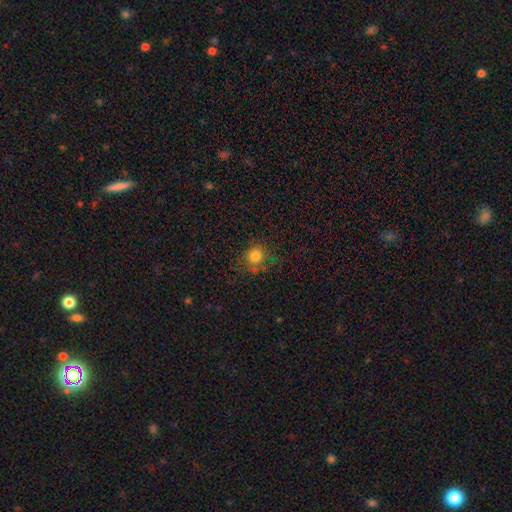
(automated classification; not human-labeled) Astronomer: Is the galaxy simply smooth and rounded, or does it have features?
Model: smooth — 80%.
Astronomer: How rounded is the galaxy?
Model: round — 87%.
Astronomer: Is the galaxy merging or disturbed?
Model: none — 74%.